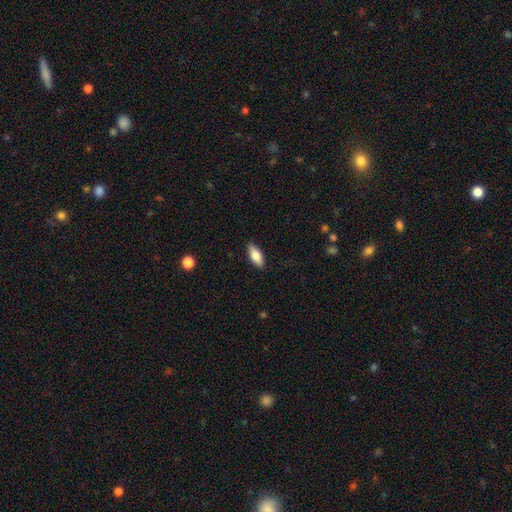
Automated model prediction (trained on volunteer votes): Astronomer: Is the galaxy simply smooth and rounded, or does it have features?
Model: smooth — 75%.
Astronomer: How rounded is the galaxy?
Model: in between — 76%.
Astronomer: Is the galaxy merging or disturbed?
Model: none — 87%.